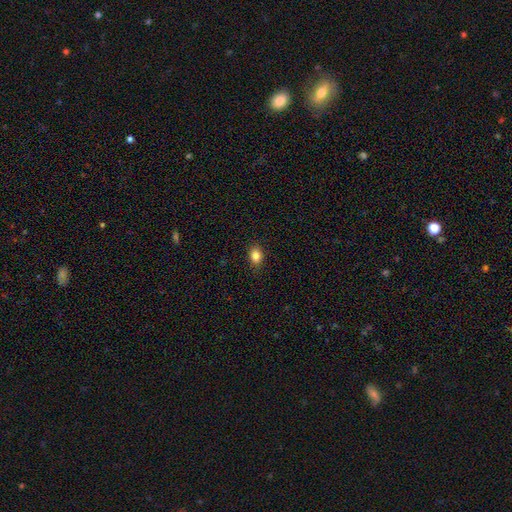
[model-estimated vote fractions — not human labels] This is clearly a smooth galaxy (84%). How rounded: likely in between (63%). Merging: clearly none (88%).